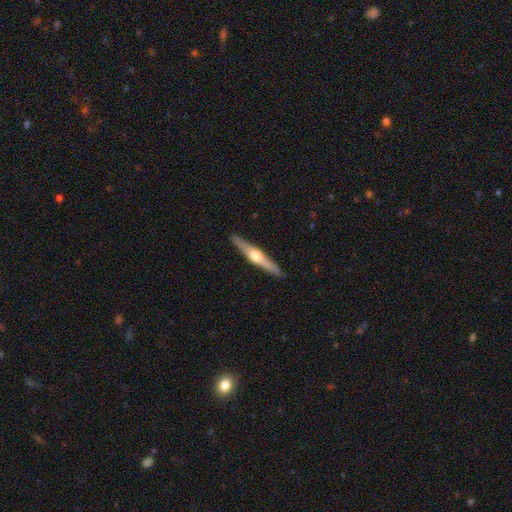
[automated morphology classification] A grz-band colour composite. It shows a featured or disk galaxy (70%) viewed edge-on (97%) with a rounded central bulge (94%). Merging: none (91%).